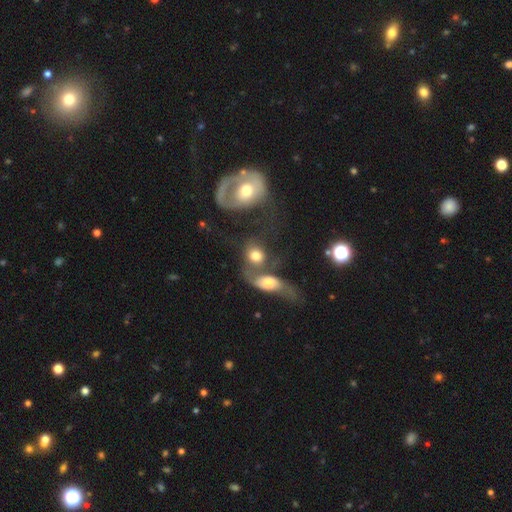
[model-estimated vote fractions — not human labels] smooth 59%, featured or disk 32%, star or artifact 9%. Down the decision tree: how rounded — in between (50%); merging — merger (63%).